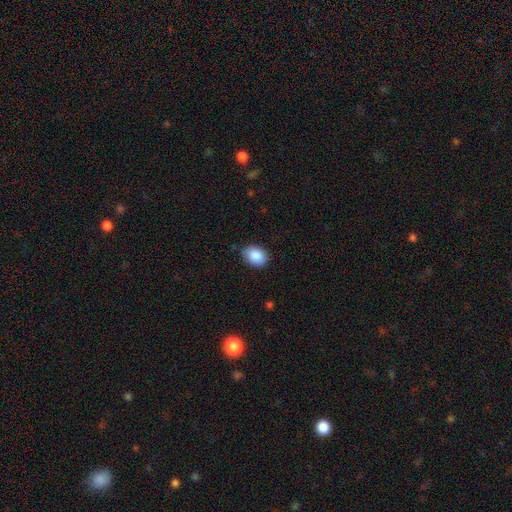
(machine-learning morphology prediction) Smooth or featured? Predicted: smooth (p=0.88). How rounded? Predicted: in between (p=0.70). Merging? Predicted: none (p=0.83).